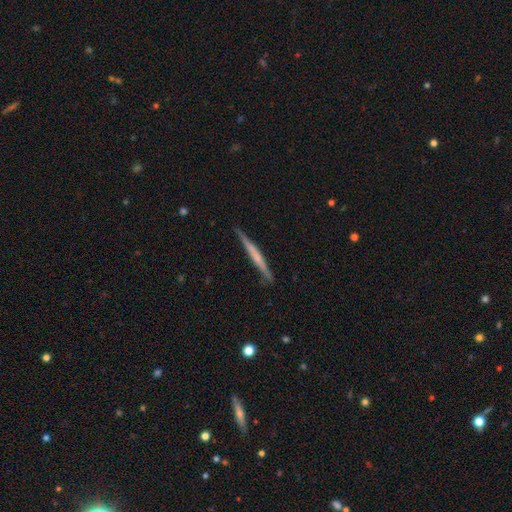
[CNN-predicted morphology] Smooth or featured? featured or disk (53%)
Edge-on disk? yes (97%)
Edge-on bulge? none (68%)
Merging? none (88%)